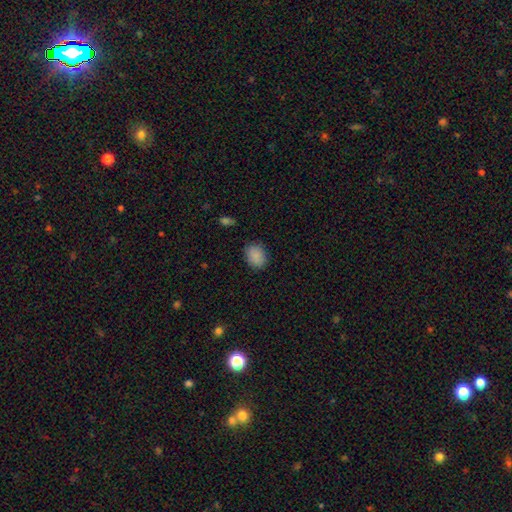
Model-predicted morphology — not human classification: The model was most divided on "how rounded": in between: 57%, round: 42%, cigar-shaped: 1%. More confident: smooth or featured — smooth (87%); merging — none (83%).